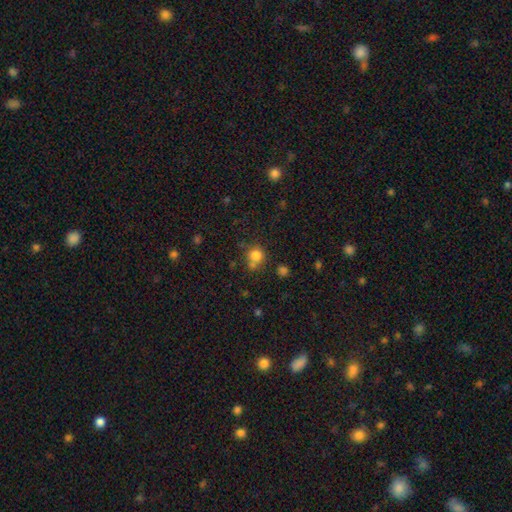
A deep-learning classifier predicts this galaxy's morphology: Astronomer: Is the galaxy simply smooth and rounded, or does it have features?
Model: smooth — 80%.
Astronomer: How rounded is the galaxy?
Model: round — 85%.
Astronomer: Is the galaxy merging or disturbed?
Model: none — 57%.